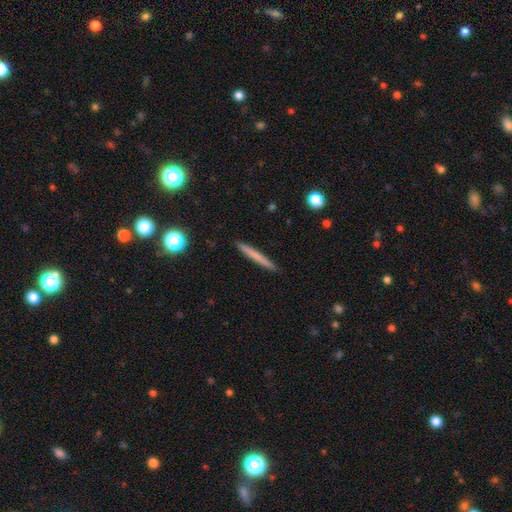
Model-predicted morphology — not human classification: smooth-or-featured: smooth: 66% | featured or disk: 27% | star or artifact: 7%
  how-rounded: cigar-shaped: 97% | in between: 2% | round: 2%
  merging: none: 92% | minor disturbance: 5% | major disturbance: 1% | merger: 1%